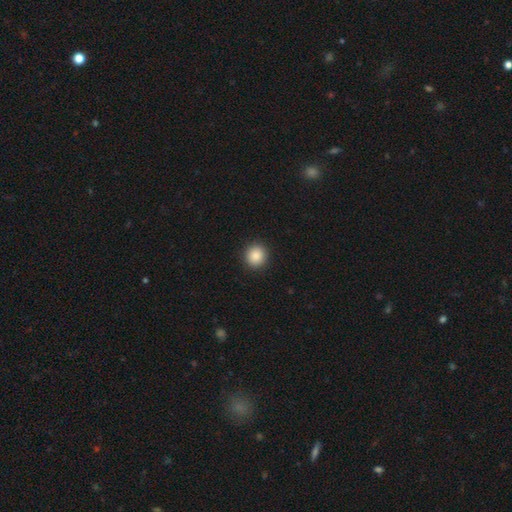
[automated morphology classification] A smooth galaxy with no disk features (88%) that is round (91%).

Vote fractions:
- Smooth or featured? smooth: 88% / star or artifact: 9% / featured or disk: 4%
- How rounded? round: 91% / in between: 8% / cigar-shaped: 1%
- Merging? none: 92% / minor disturbance: 5% / major disturbance: 2% / merger: 1%